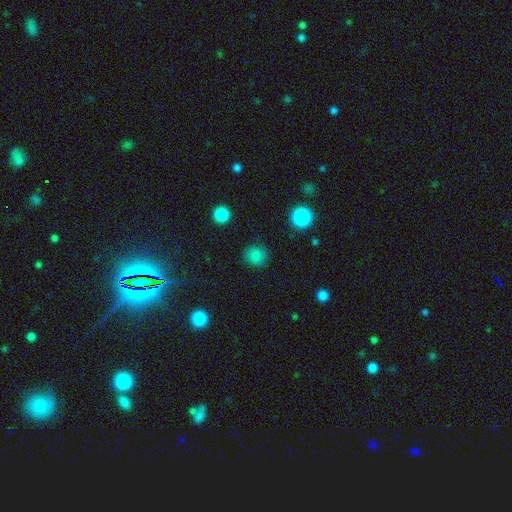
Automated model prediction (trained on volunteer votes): A smooth galaxy with no disk features (83%) that is round (91%).

Vote fractions:
- Smooth or featured? smooth: 83% / star or artifact: 13% / featured or disk: 4%
- How rounded? round: 91% / in between: 8% / cigar-shaped: 1%
- Merging? none: 88% / minor disturbance: 8% / major disturbance: 3% / merger: 1%